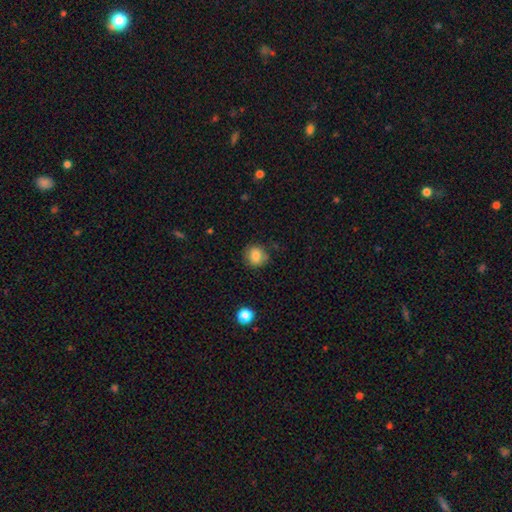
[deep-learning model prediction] Overall: smooth (82%). How rounded: round (83%). Merging: none (80%).